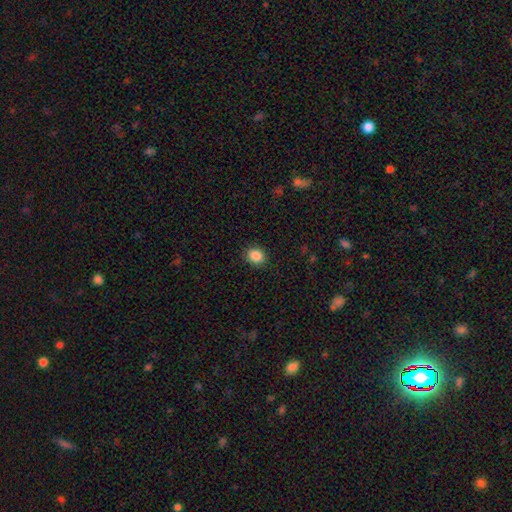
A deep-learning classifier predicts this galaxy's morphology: A smooth galaxy with no disk features (87%) that is round (66%). Merging: none (88%).